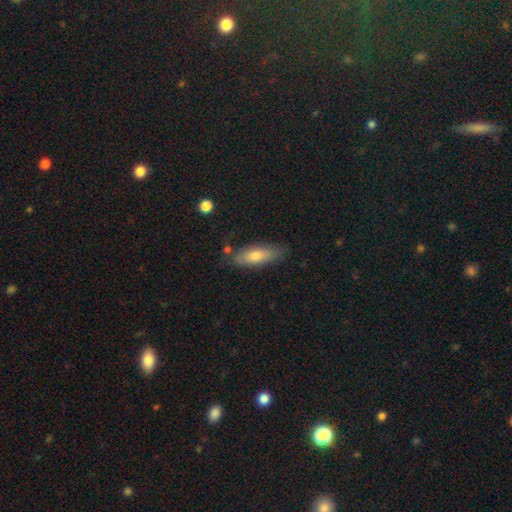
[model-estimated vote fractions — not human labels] The model was most divided on "how rounded": in between: 60%, cigar-shaped: 38%, round: 2%. More confident: merging — none (77%); smooth or featured — smooth (72%).